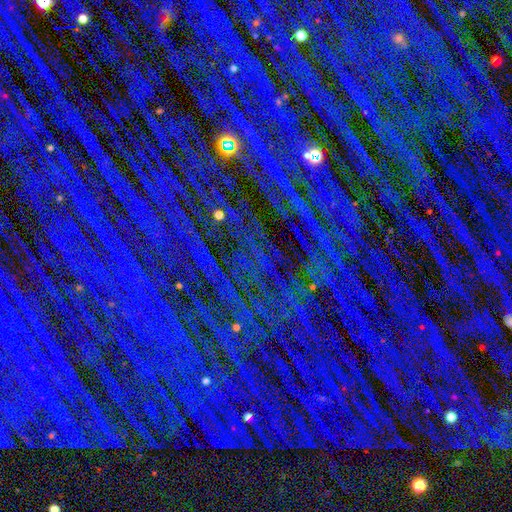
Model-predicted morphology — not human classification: A star or artifact, not a galaxy (86%).